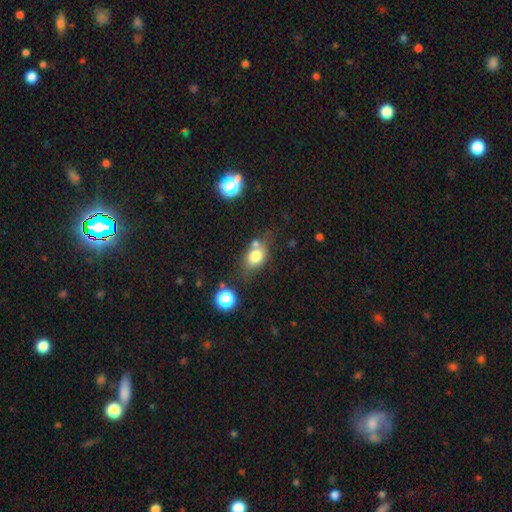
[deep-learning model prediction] smooth 76%, featured or disk 13%, star or artifact 11%. Down the decision tree: how rounded — in between (61%); merging — none (56%).